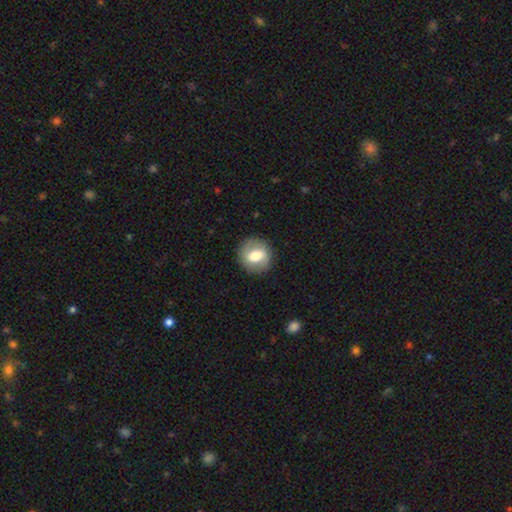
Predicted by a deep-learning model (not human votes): Smooth or featured? Predicted: smooth (p=0.55). How rounded? Predicted: round (p=0.81). Merging? Predicted: none (p=0.87).